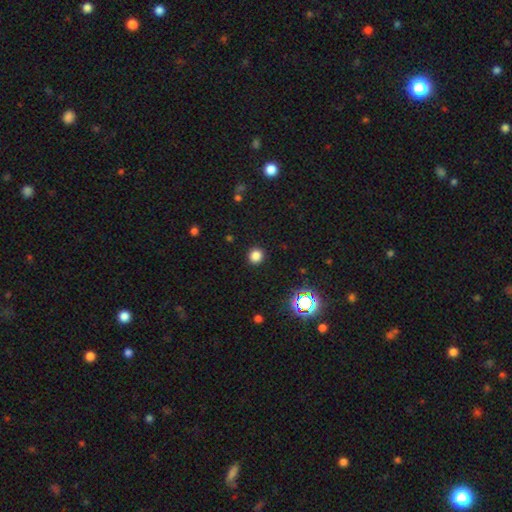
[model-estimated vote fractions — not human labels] Morphology: type=smooth (81%); roundness=round (90%); merging=none (92%).